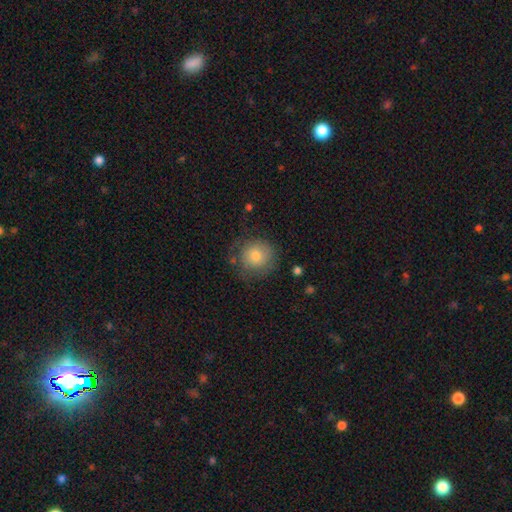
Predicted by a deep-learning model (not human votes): Q: Smooth or featured?
A: smooth (73%); runner-up: featured or disk (18%)
Q: How rounded?
A: round (91%); runner-up: in between (8%)
Q: Merging?
A: none (68%); runner-up: minor disturbance (21%)